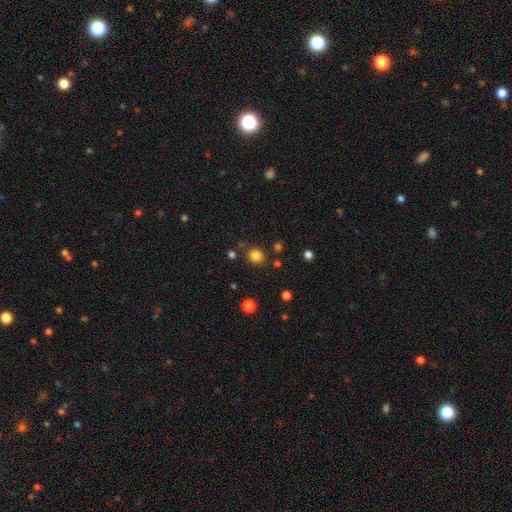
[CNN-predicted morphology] smooth-or-featured: smooth: 82% | star or artifact: 14% | featured or disk: 5%
  how-rounded: round: 75% | in between: 24% | cigar-shaped: 1%
  merging: none: 82% | minor disturbance: 9% | merger: 5% | major disturbance: 3%